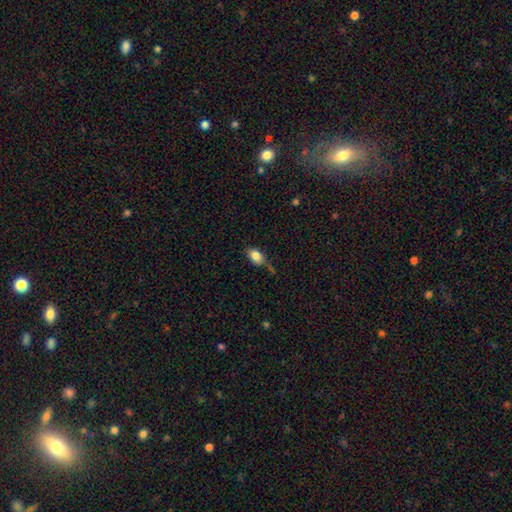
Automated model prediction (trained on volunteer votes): Smooth or featured?
  - smooth: 84% *
  - star or artifact: 9%
  - featured or disk: 7%
How rounded?
  - in between: 83% *
  - round: 15%
  - cigar-shaped: 2%
Merging?
  - none: 60% *
  - minor disturbance: 25%
  - major disturbance: 8%
  - merger: 6%